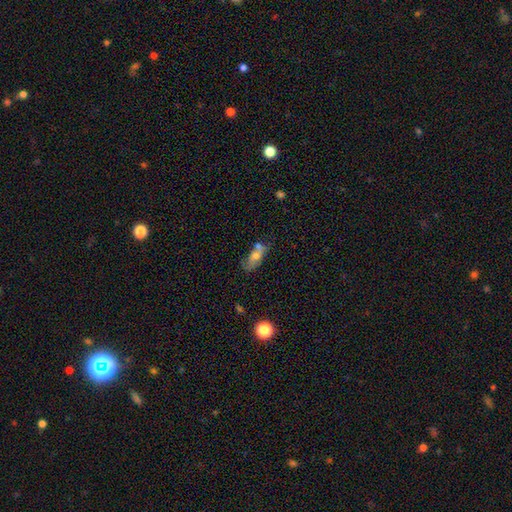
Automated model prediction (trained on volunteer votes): Smooth or featured? Predicted: smooth (p=0.60). How rounded? Predicted: in between (p=0.79). Merging? Predicted: none (p=0.37).